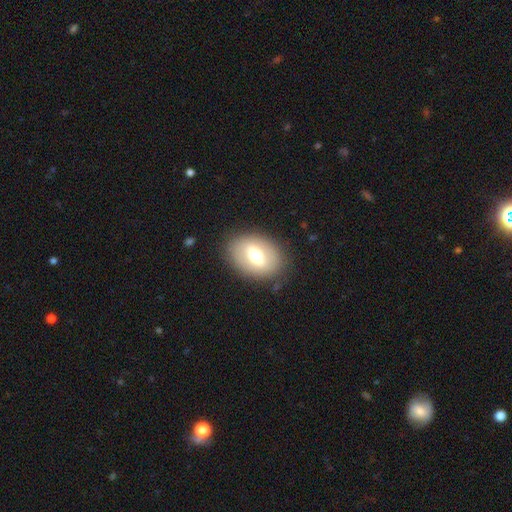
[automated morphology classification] type=smooth (57%); roundness=in between (72%); merging=none (84%).